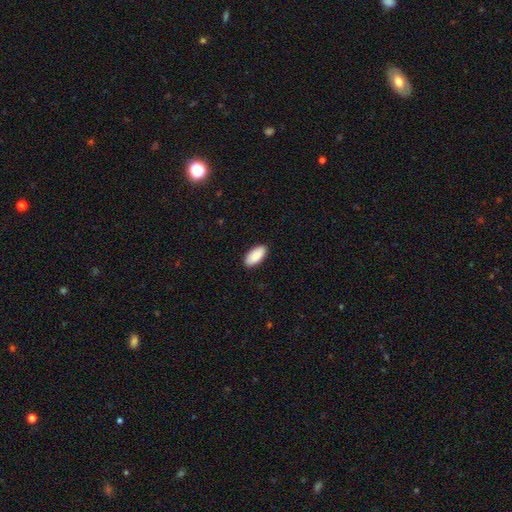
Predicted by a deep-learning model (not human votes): Q: Smooth or featured?
A: smooth (90%); runner-up: star or artifact (6%)
Q: How rounded?
A: in between (93%); runner-up: cigar-shaped (5%)
Q: Merging?
A: none (90%); runner-up: minor disturbance (7%)